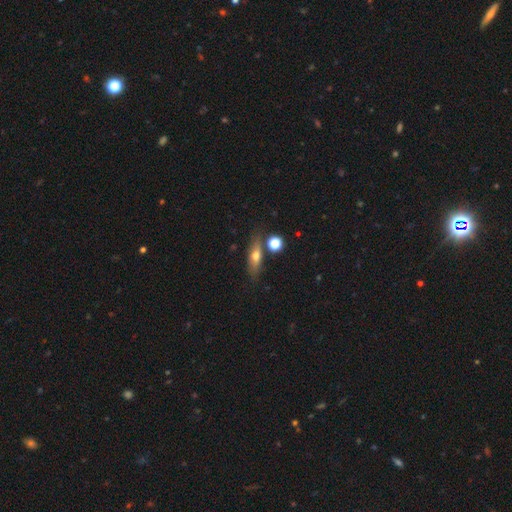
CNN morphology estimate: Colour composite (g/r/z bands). It shows a smooth galaxy with no disk features (56%) that is in between round and cigar-shaped (48%). Merging: none (74%).